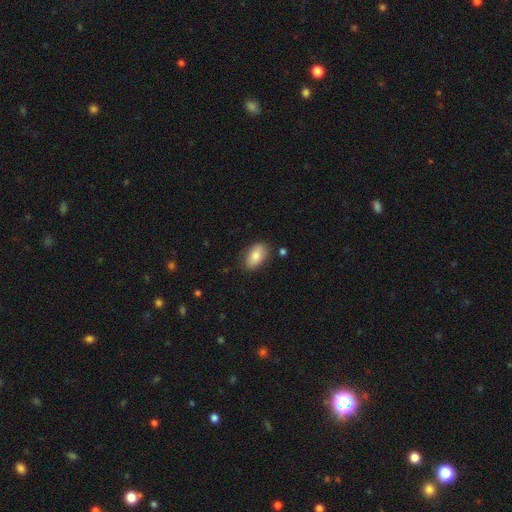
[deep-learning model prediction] Smooth or featured?
  - smooth: 80% *
  - featured or disk: 13%
  - star or artifact: 7%
How rounded?
  - in between: 92% *
  - round: 5%
  - cigar-shaped: 2%
Merging?
  - none: 80% *
  - minor disturbance: 15%
  - major disturbance: 3%
  - merger: 2%